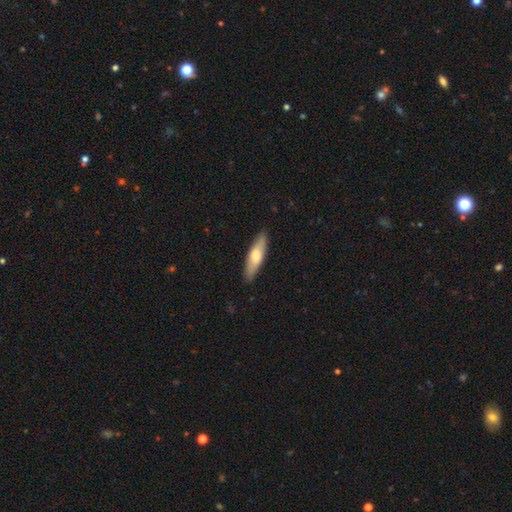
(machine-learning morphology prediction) Overall: smooth (61%; featured or disk 33%). How rounded: cigar-shaped (64%; in between 34%). Merging: none (88%).